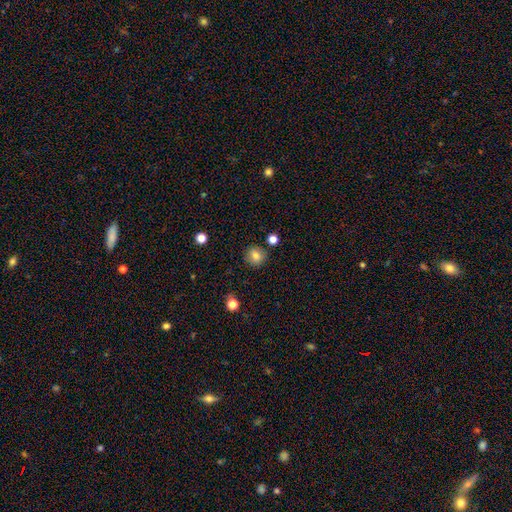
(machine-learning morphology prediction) Smooth or featured: smooth — 79% (star or artifact — 11%)
How rounded: round — 83% (in between — 16%)
Merging: none — 86% (minor disturbance — 9%)